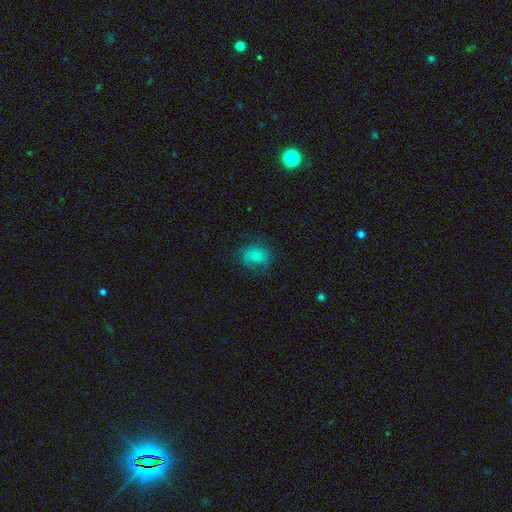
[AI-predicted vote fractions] The model was most divided on "how rounded": round: 63%, in between: 36%, cigar-shaped: 1%. More confident: smooth or featured — smooth (70%); merging — none (64%).